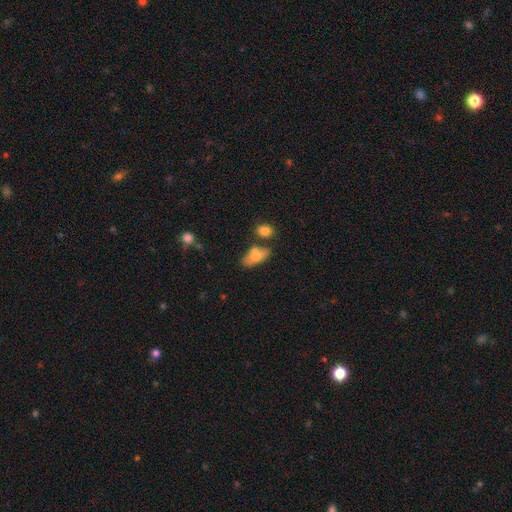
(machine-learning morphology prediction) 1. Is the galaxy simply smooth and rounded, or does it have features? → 68% smooth, 24% featured or disk, 8% star or artifact.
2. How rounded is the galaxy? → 84% in between, 10% cigar-shaped, 6% round.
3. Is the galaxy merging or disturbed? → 54% none, 22% merger, 18% minor disturbance, 6% major disturbance.